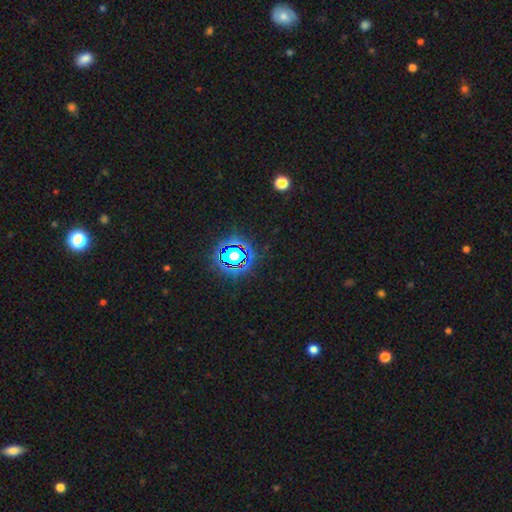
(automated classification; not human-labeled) Smooth or featured: star or artifact — 80% (smooth — 13%)